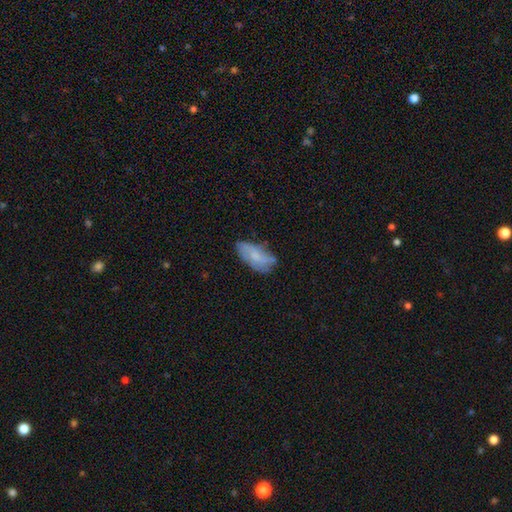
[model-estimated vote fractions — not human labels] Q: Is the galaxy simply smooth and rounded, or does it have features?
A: smooth — 57%.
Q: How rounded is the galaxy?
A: in between — 89%.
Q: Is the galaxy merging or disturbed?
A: none — 57%.